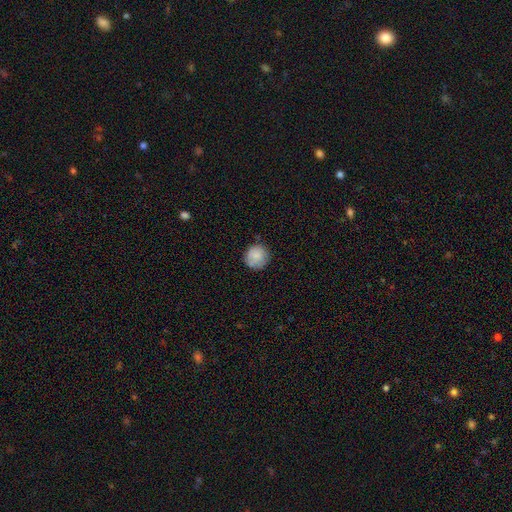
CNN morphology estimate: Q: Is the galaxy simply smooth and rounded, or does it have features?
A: smooth — 83%.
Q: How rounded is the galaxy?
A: round — 92%.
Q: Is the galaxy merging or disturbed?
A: none — 79%.